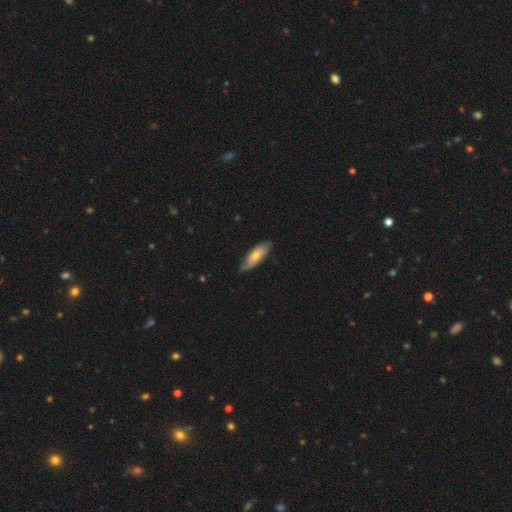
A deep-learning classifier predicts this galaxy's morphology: Q: Smooth or featured?
A: smooth (57%); runner-up: featured or disk (37%)
Q: How rounded?
A: in between (62%); runner-up: cigar-shaped (36%)
Q: Merging?
A: none (75%); runner-up: minor disturbance (20%)